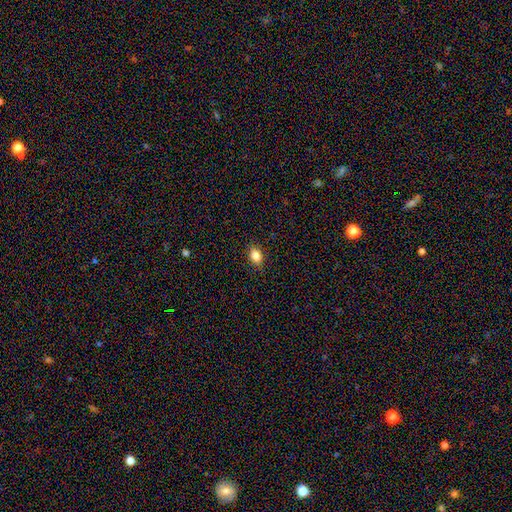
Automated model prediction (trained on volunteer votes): The model was most divided on "how rounded": in between: 77%, round: 21%, cigar-shaped: 2%. More confident: merging — none (88%); smooth or featured — smooth (85%).